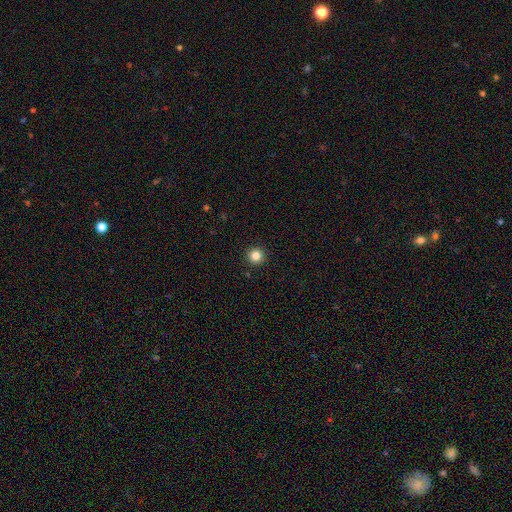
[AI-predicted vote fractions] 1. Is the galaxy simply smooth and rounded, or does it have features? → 84% smooth, 12% star or artifact, 4% featured or disk.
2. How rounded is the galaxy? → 96% round, 3% in between, 1% cigar-shaped.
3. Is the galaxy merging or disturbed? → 93% none, 4% minor disturbance, 1% major disturbance, 1% merger.